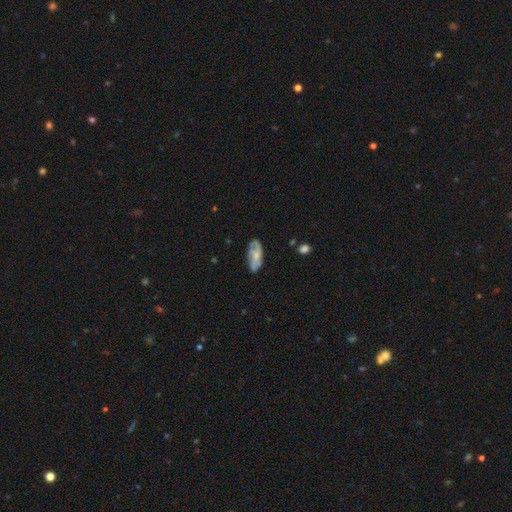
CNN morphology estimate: smooth_or_featured: featured or disk (p=0.53) [alt: smooth p=0.40]
disk_edge_on: no (p=0.90) [alt: yes p=0.10]
merging: none (p=0.64) [alt: minor disturbance p=0.25]